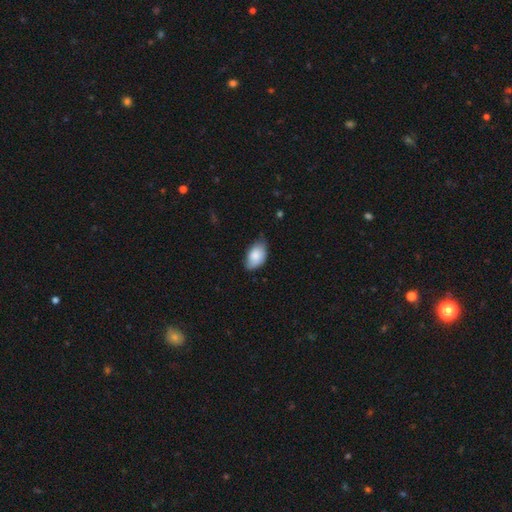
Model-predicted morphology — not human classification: This appears to be a smooth galaxy with no disk features (81%) that is in between round and cigar-shaped (92%). Merging: none (55%).